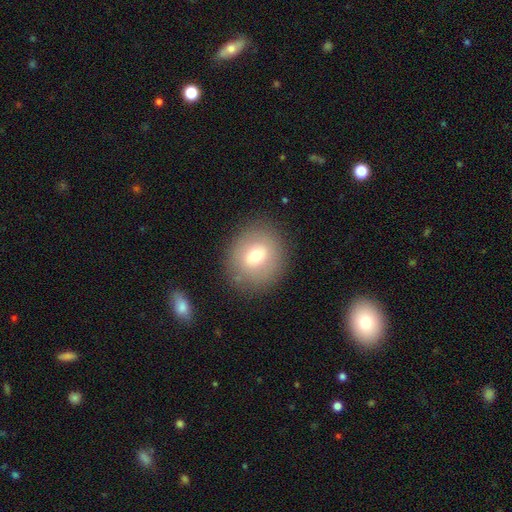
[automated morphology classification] smooth-or-featured: smooth: 66% | featured or disk: 24% | star or artifact: 10%
  how-rounded: round: 80% | in between: 19% | cigar-shaped: 1%
  merging: none: 84% | minor disturbance: 10% | major disturbance: 4% | merger: 2%